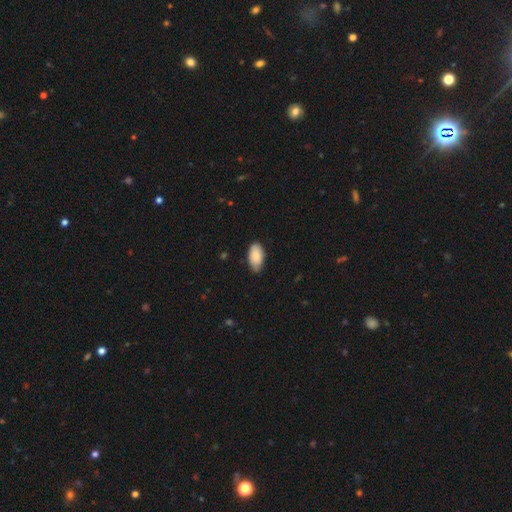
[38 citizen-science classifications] A smooth galaxy with no disk features (89%) that is in between round and cigar-shaped (88%).

Vote fractions:
- Smooth or featured? smooth: 89% / featured or disk: 8% / star or artifact: 3%
- How rounded? in between: 88% / round: 6% / cigar-shaped: 6%
- Merging? none: 70% / minor disturbance: 19% / major disturbance: 11% / merger: 0%